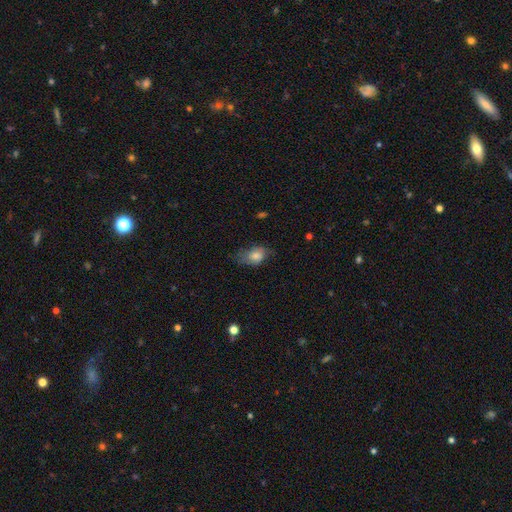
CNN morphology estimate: This is likely a smooth galaxy (73%). How rounded: clearly in between (81%). Merging: possibly none (55%).